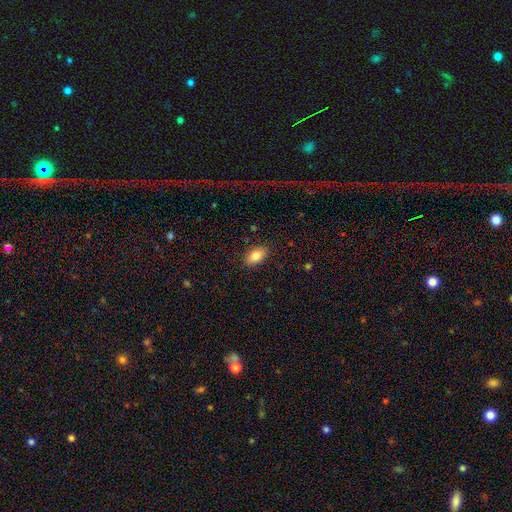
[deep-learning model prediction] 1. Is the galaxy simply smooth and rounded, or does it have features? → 83% smooth, 9% featured or disk, 8% star or artifact.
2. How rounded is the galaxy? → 91% in between, 7% round, 2% cigar-shaped.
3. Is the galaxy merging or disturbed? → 88% none, 9% minor disturbance, 2% major disturbance, 1% merger.